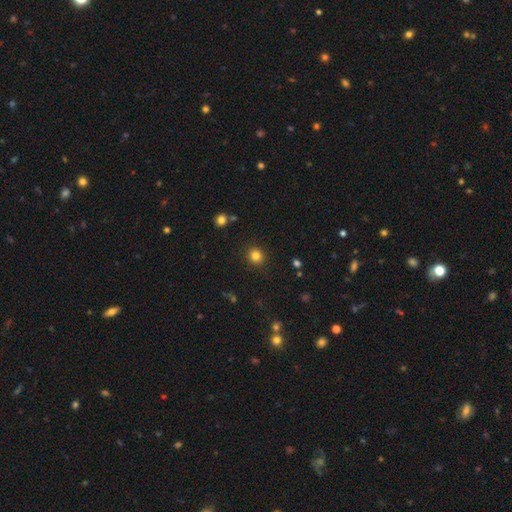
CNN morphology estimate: Smooth or featured? smooth (83%)
How rounded? round (86%)
Merging? none (90%)